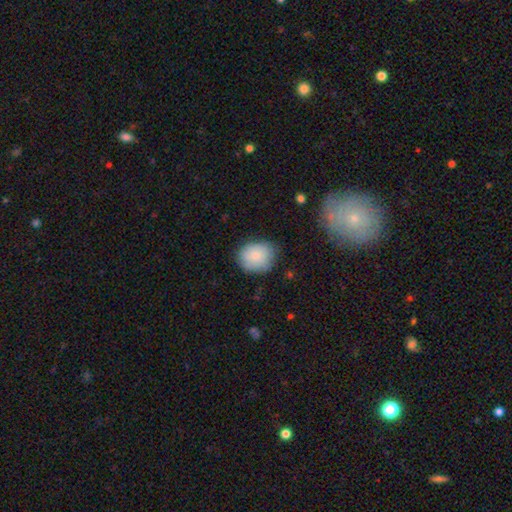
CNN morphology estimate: Smooth or featured? Predicted: smooth (p=0.81). How rounded? Predicted: round (p=0.65). Merging? Predicted: none (p=0.74).